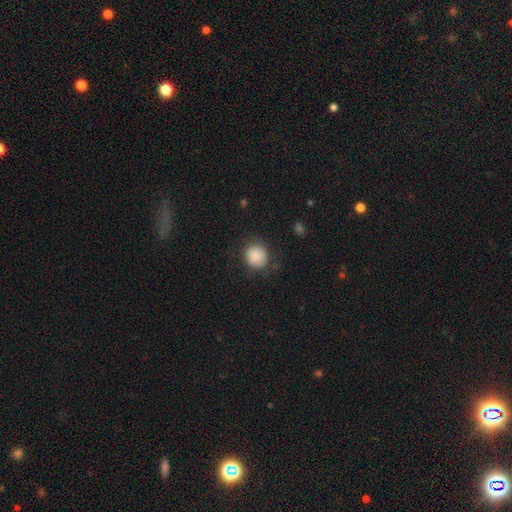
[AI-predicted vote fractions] smooth 86%, star or artifact 8%, featured or disk 6%. Down the decision tree: how rounded — round (81%); merging — none (73%).